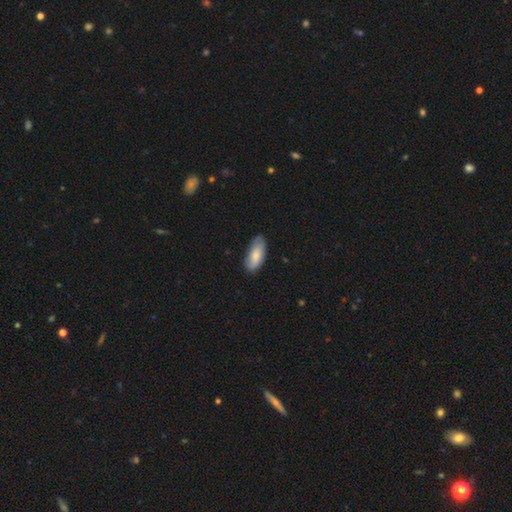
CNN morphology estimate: This is likely a smooth galaxy (76%). How rounded: clearly in between (87%). Merging: likely none (74%).